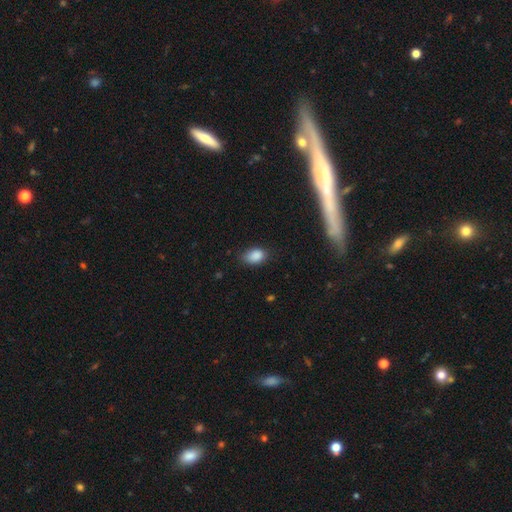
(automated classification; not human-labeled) Q: Smooth or featured?
A: smooth (87%); runner-up: star or artifact (8%)
Q: How rounded?
A: in between (85%); runner-up: round (14%)
Q: Merging?
A: none (71%); runner-up: minor disturbance (23%)